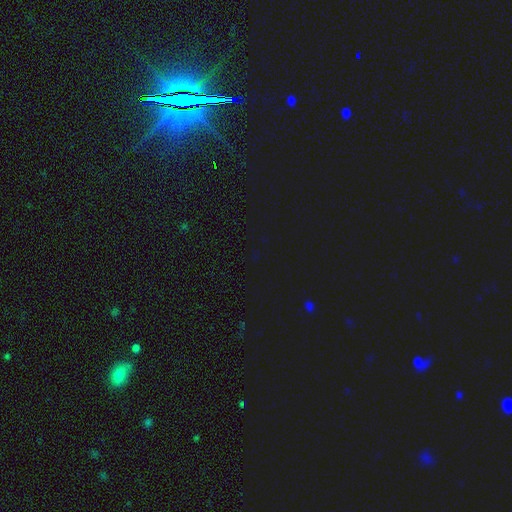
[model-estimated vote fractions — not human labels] smooth_or_featured: star or artifact (p=0.76) [alt: smooth p=0.17]